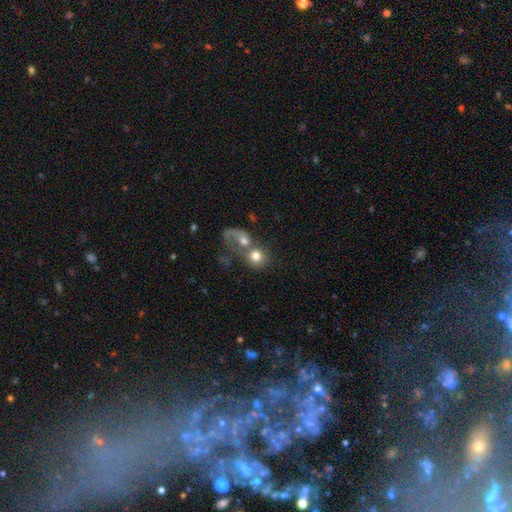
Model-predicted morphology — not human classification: Smooth or featured: smooth — 70% (featured or disk — 21%)
How rounded: round — 77% (in between — 21%)
Merging: merger — 63% (none — 21%)